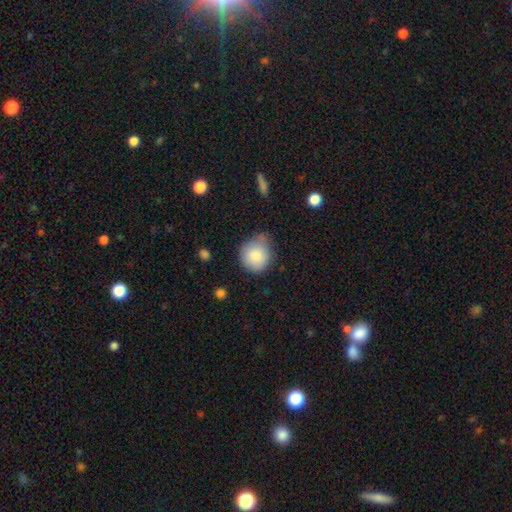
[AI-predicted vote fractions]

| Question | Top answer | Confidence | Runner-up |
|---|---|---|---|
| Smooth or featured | smooth | 83% | featured or disk (9%) |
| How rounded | round | 81% | in between (18%) |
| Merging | none | 55% | minor disturbance (33%) |